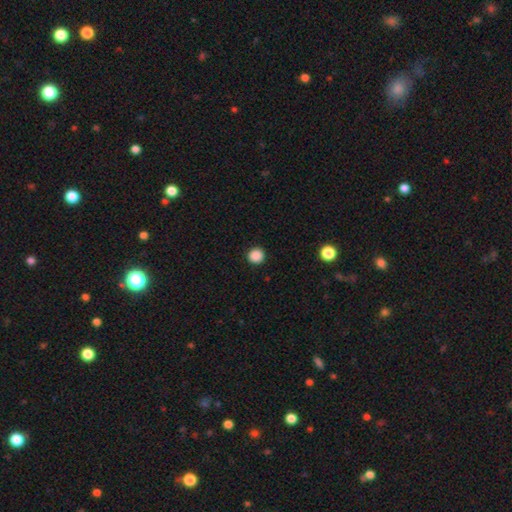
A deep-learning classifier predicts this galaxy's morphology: type=smooth (88%); roundness=round (94%); merging=none (93%).